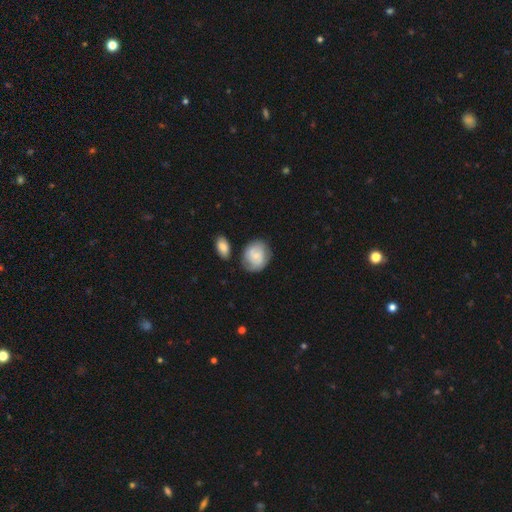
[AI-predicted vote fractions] This is possibly a smooth galaxy (54%). How rounded: possibly round (57%). Merging: likely none (64%).